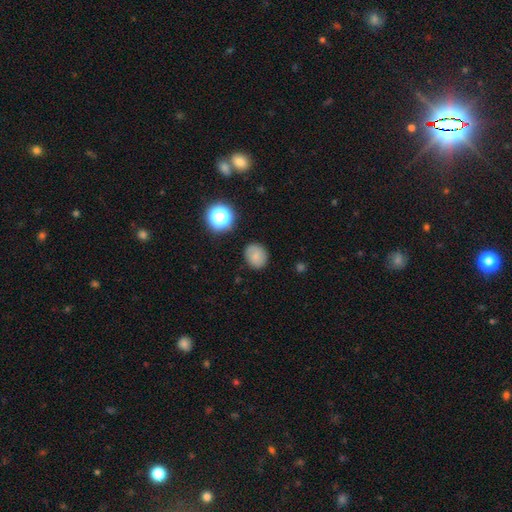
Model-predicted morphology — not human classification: Q: Smooth or featured?
A: smooth (78%); runner-up: star or artifact (13%)
Q: How rounded?
A: round (72%); runner-up: in between (27%)
Q: Merging?
A: none (83%); runner-up: minor disturbance (12%)